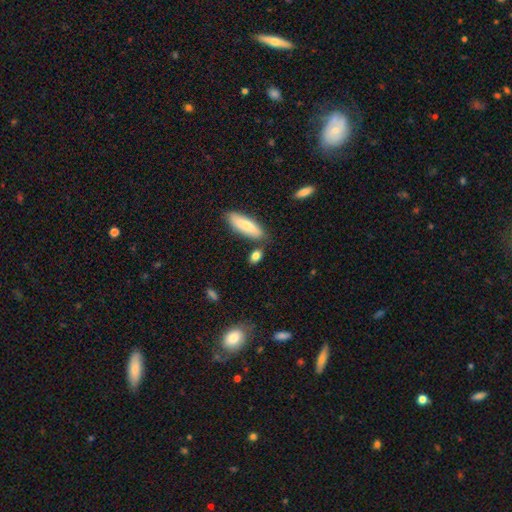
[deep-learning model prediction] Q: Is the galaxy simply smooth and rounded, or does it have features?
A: smooth — 82%.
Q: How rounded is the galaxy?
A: in between — 65%.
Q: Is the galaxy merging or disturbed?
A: none — 72%.